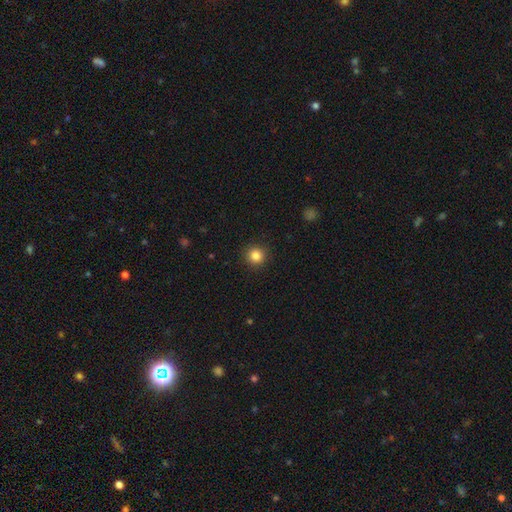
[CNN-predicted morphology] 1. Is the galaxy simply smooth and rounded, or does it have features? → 85% smooth, 11% star or artifact, 4% featured or disk.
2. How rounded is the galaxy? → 94% round, 5% in between, 1% cigar-shaped.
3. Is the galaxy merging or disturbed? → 91% none, 6% minor disturbance, 2% major disturbance, 1% merger.